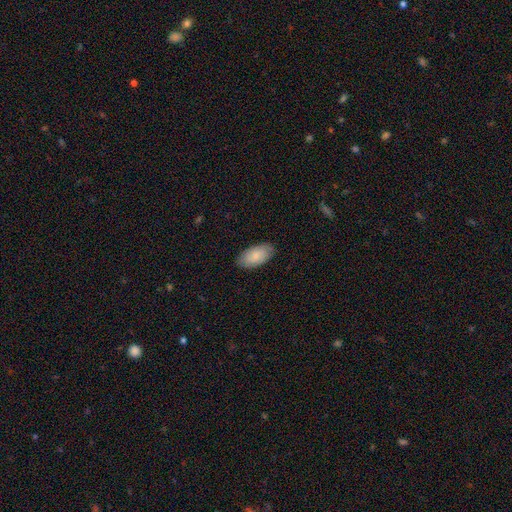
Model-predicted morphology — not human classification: The model was most divided on "merging": none: 86%, minor disturbance: 11%, major disturbance: 2%, merger: 1%. More confident: how rounded — in between (95%); smooth or featured — smooth (85%).